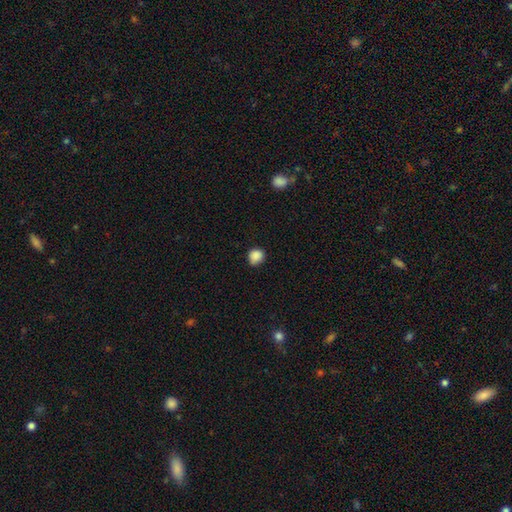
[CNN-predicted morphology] A smooth galaxy with no disk features (87%) that is round (79%).

Vote fractions:
- Smooth or featured? smooth: 87% / star or artifact: 10% / featured or disk: 3%
- How rounded? round: 79% / in between: 20% / cigar-shaped: 1%
- Merging? none: 77% / minor disturbance: 18% / major disturbance: 3% / merger: 1%